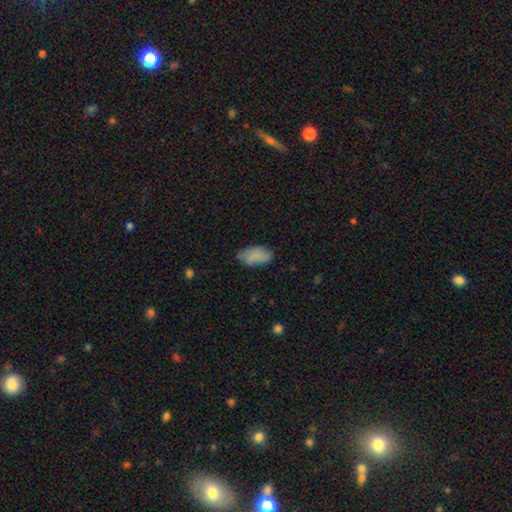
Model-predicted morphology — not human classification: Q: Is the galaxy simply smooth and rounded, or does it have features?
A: smooth — 83%.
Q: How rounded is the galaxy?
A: in between — 94%.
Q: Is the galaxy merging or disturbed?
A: none — 68%.